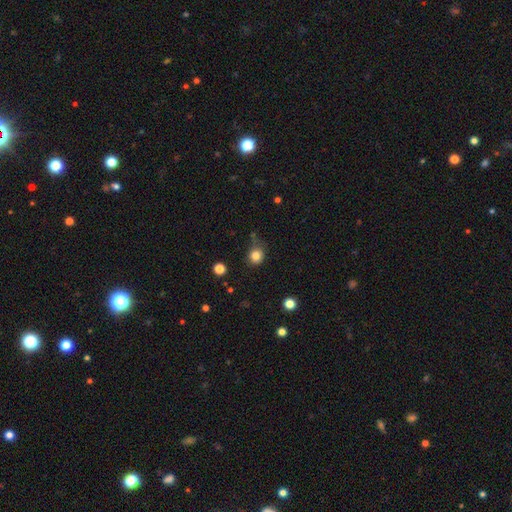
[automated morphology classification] type=smooth (82%); roundness=round (81%); merging=none (67%).